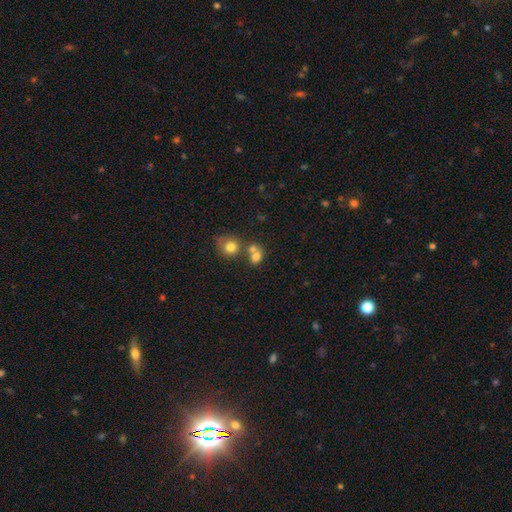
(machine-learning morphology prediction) type=smooth (75%); roundness=round (60%); merging=merger (48%).